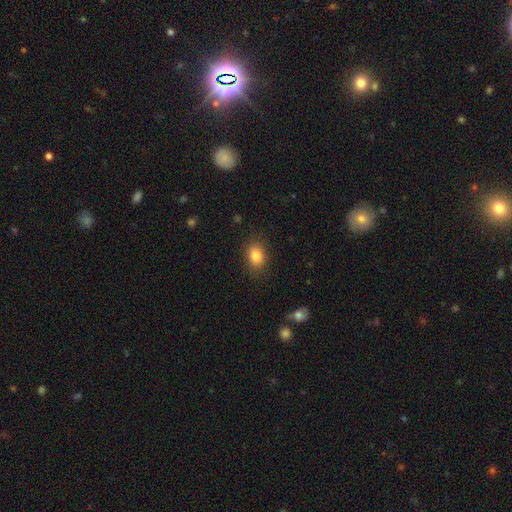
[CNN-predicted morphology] smooth-or-featured: smooth: 85% | star or artifact: 9% | featured or disk: 6%
  how-rounded: in between: 73% | round: 26% | cigar-shaped: 1%
  merging: none: 84% | minor disturbance: 11% | major disturbance: 4% | merger: 1%